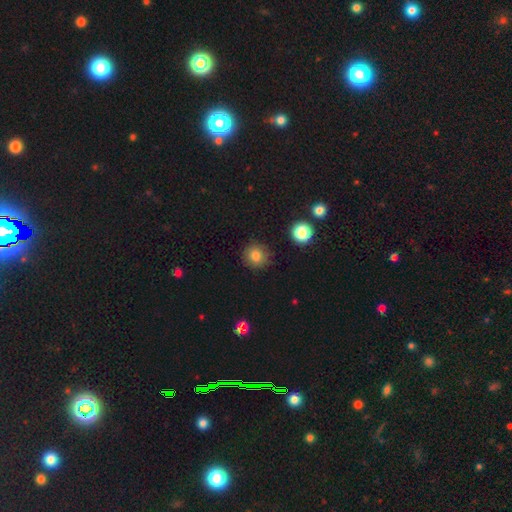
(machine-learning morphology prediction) Smooth or featured?
  - smooth: 81% *
  - star or artifact: 12%
  - featured or disk: 7%
How rounded?
  - round: 92% *
  - in between: 7%
  - cigar-shaped: 1%
Merging?
  - none: 87% *
  - minor disturbance: 9%
  - major disturbance: 3%
  - merger: 2%